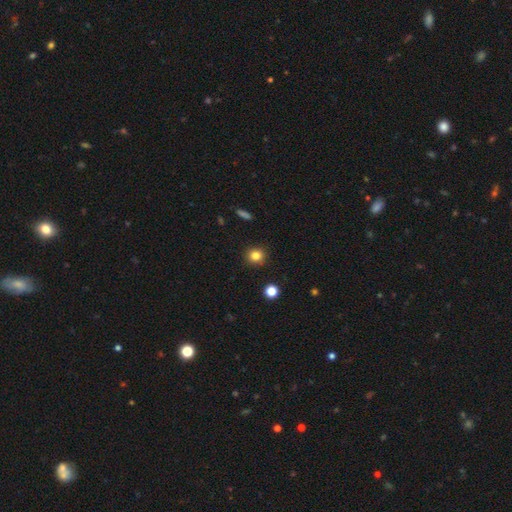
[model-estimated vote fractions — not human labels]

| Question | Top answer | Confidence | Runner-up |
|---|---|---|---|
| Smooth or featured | smooth | 82% | star or artifact (12%) |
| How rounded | round | 90% | in between (9%) |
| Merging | none | 92% | minor disturbance (5%) |